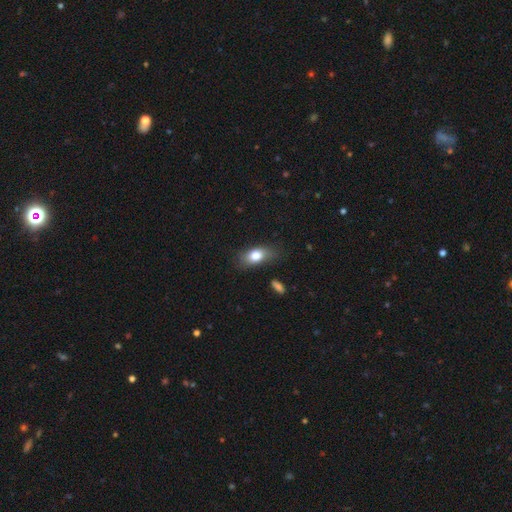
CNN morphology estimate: smooth 77%, featured or disk 15%, star or artifact 8%. Down the decision tree: how rounded — in between (81%); merging — none (71%).